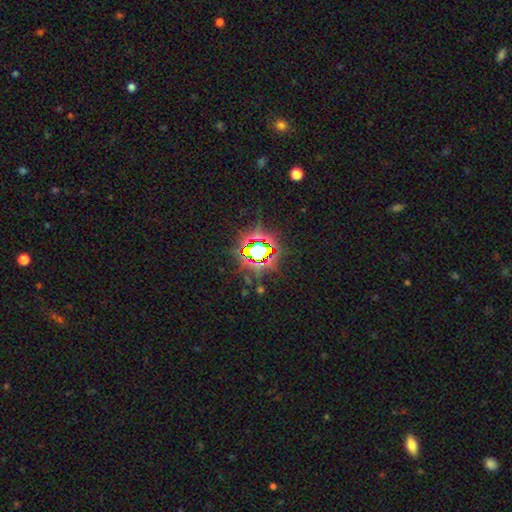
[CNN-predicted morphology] Q: Smooth or featured?
A: star or artifact (77%); runner-up: smooth (13%)